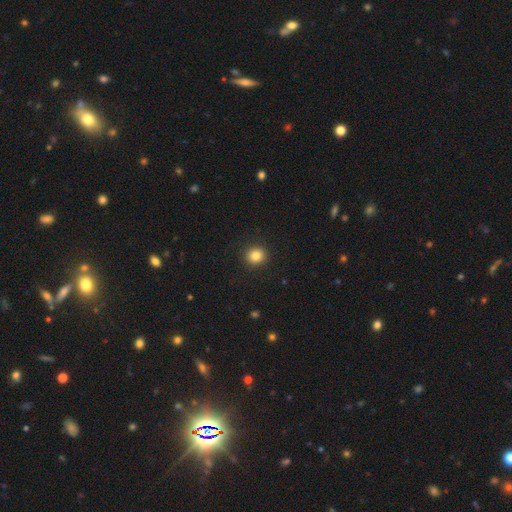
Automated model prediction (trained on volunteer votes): This appears to be a smooth galaxy with no disk features (84%) that is round (89%). Merging: none (92%).